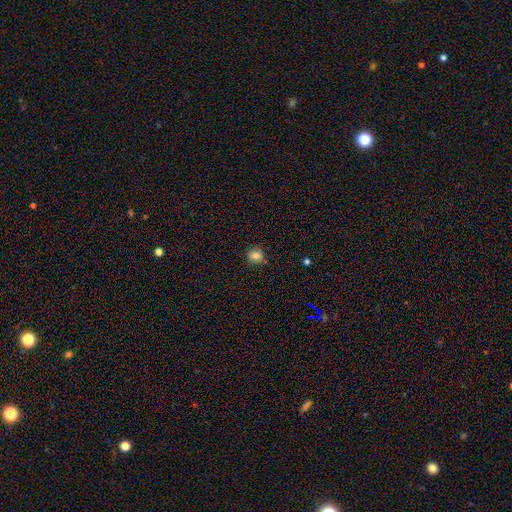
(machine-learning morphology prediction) smooth 82%, star or artifact 12%, featured or disk 6%. Down the decision tree: how rounded — round (84%); merging — none (85%).